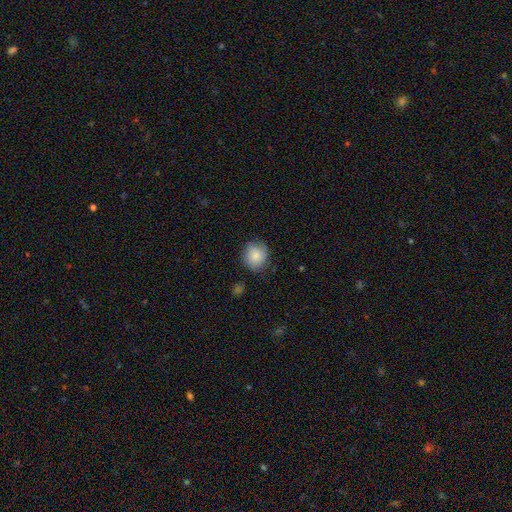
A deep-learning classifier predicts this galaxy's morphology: Smooth or featured? smooth (85%)
How rounded? round (80%)
Merging? none (77%)